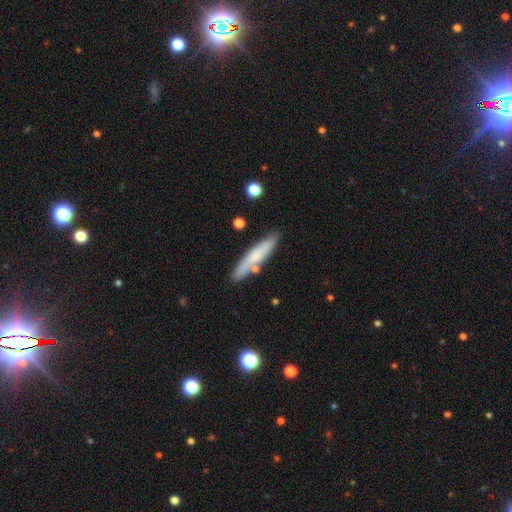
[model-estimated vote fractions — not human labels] This is likely a smooth galaxy (64%). How rounded: clearly cigar-shaped (88%). Merging: likely none (77%).